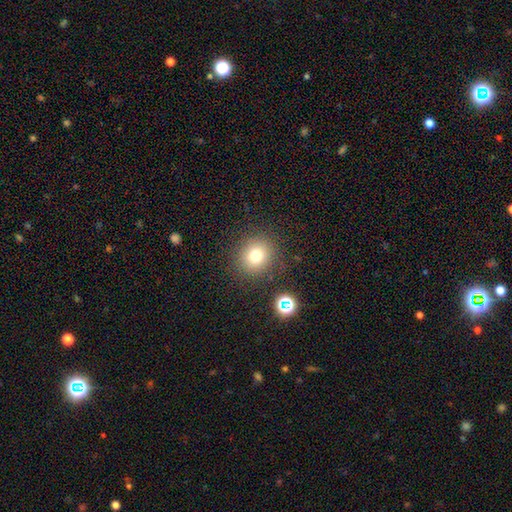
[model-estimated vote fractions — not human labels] The model was most divided on "smooth or featured": smooth: 75%, star or artifact: 15%, featured or disk: 9%. More confident: how rounded — round (87%); merging — none (85%).